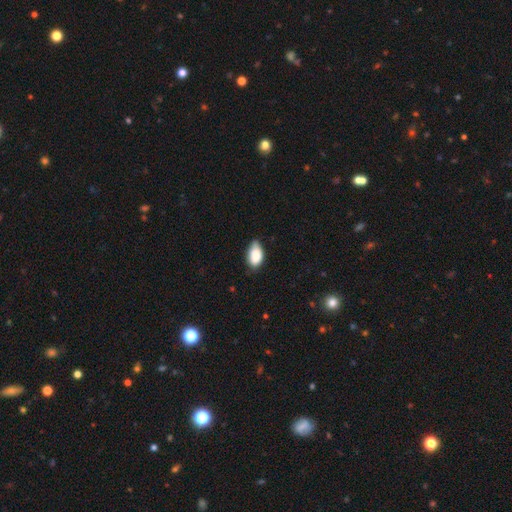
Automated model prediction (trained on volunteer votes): This appears to be a smooth galaxy with no disk features (84%) that is in between round and cigar-shaped (93%). Merging: none (53%).